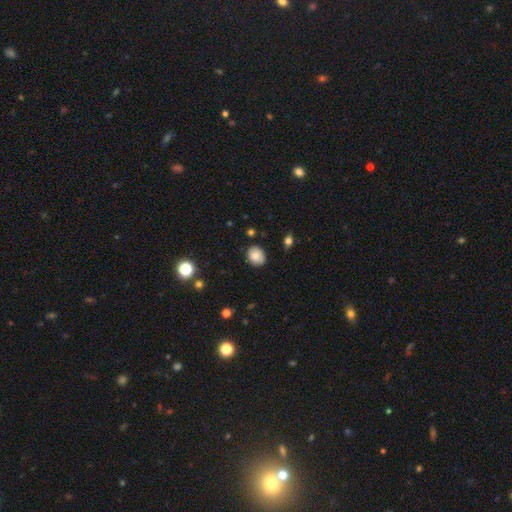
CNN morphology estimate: type=smooth (80%); roundness=round (55%); merging=none (82%).